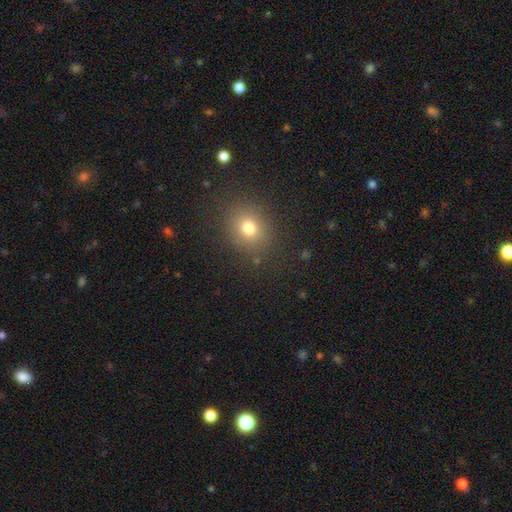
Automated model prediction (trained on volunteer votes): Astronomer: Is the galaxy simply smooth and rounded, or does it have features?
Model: smooth — 68%.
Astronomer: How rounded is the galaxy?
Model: round — 74%.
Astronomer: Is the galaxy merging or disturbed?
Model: none — 91%.